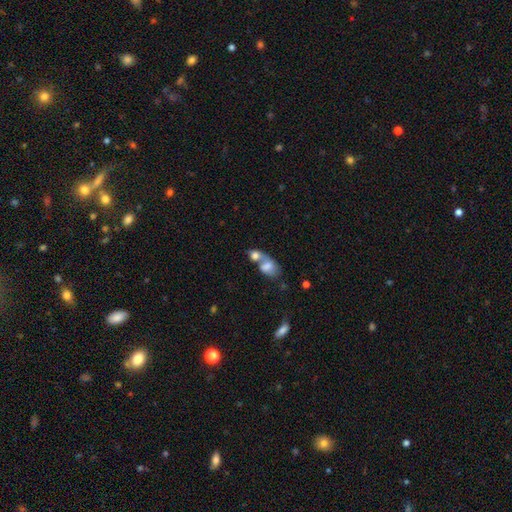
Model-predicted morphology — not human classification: Smooth or featured: smooth — 72% (featured or disk — 19%)
How rounded: in between — 71% (round — 25%)
Merging: merger — 74% (none — 15%)